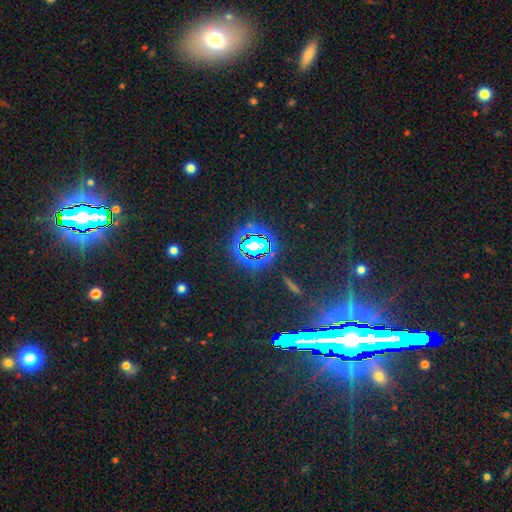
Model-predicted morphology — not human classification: A star or artifact, not a galaxy (81%).